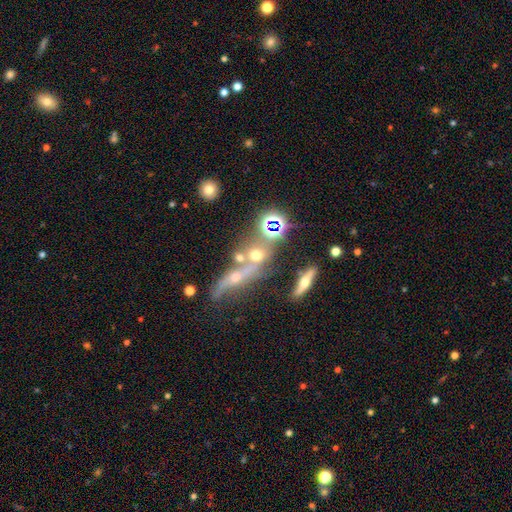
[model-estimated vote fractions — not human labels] Smooth or featured? featured or disk (39%)
Merging? merger (45%)